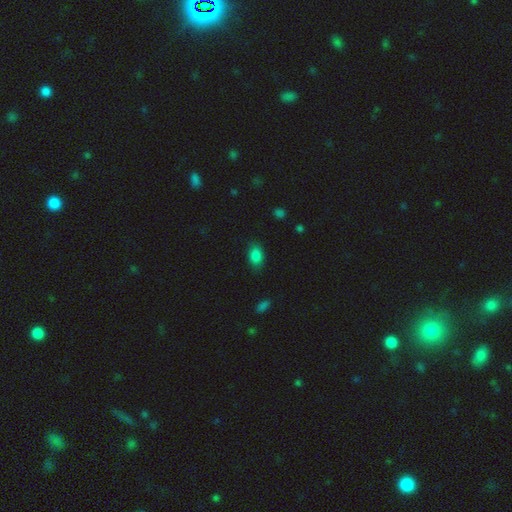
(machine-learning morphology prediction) Overall: smooth (84%). How rounded: in between (84%). Merging: none (82%).